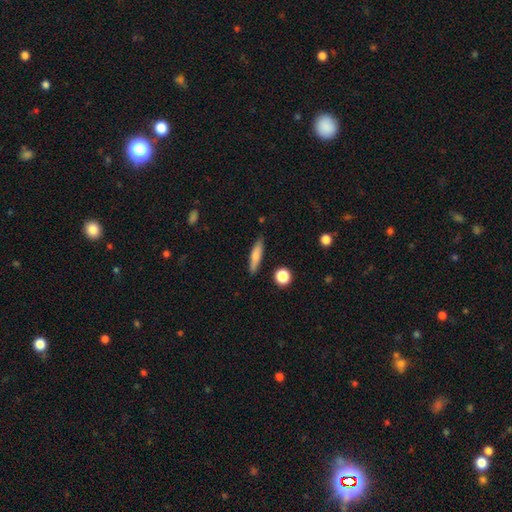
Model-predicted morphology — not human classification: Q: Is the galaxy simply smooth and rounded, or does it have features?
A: smooth — 74%.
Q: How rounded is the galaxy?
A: cigar-shaped — 79%.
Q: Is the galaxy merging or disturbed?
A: none — 84%.